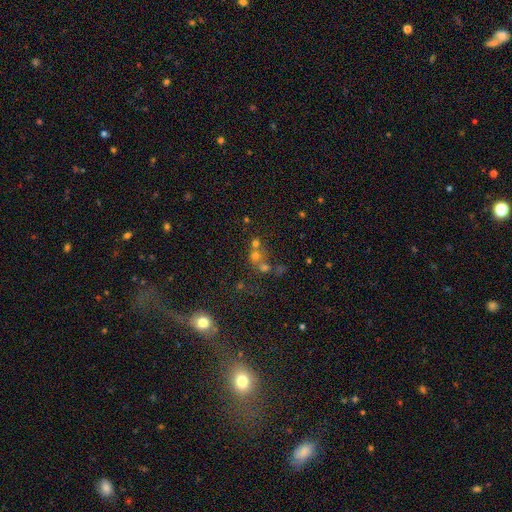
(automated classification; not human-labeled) Morphology: type=smooth (49%); merging=merger (43%, tied with none).